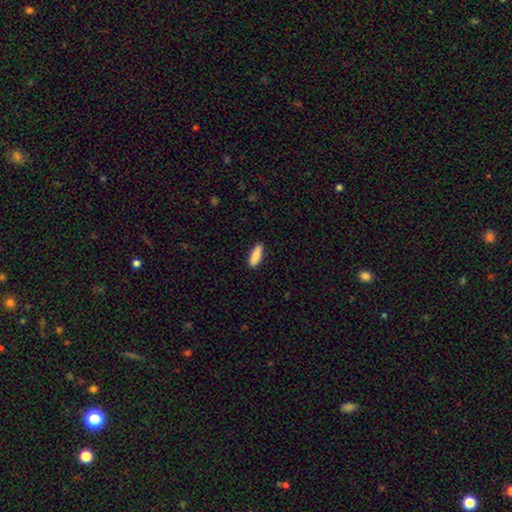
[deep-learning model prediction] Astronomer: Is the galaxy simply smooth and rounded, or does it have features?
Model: smooth — 89%.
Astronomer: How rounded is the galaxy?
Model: in between — 56% (runner-up: cigar-shaped, 42%).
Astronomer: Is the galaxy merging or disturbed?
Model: none — 89%.